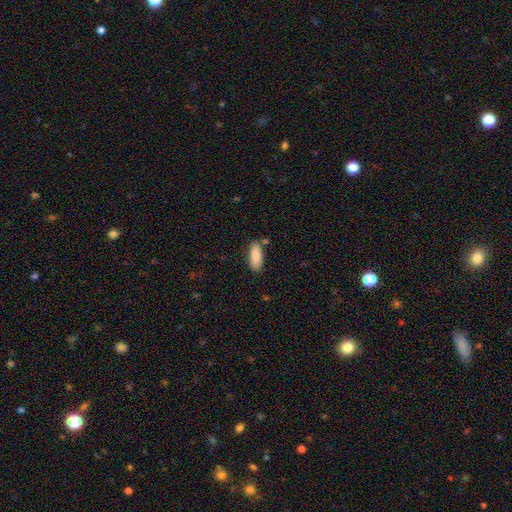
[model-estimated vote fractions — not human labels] smooth_or_featured: smooth (p=0.87) [alt: featured or disk p=0.07]
how_rounded: in between (p=0.77) [alt: cigar-shaped p=0.21]
merging: none (p=0.77) [alt: minor disturbance p=0.14]